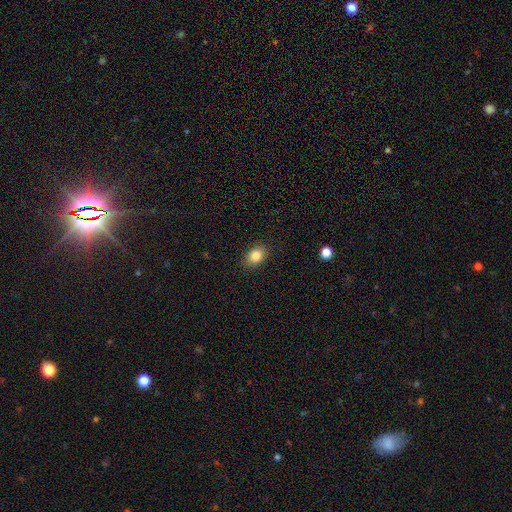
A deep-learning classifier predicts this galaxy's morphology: type=smooth (84%); roundness=in between (73%); merging=none (87%).